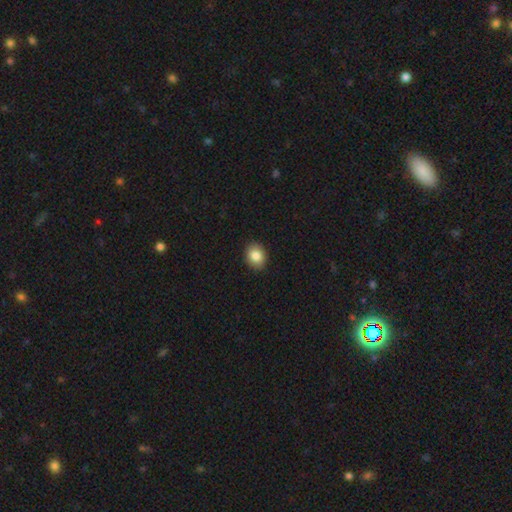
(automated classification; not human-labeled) smooth 86%, star or artifact 8%, featured or disk 6%. Down the decision tree: how rounded — in between (57%); merging — none (89%).